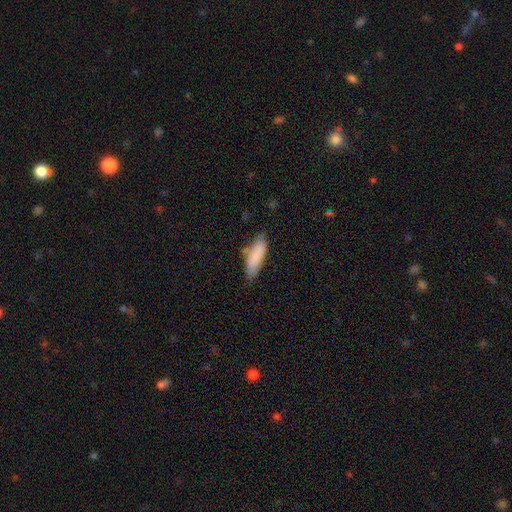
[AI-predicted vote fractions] Smooth or featured: smooth — 84% (featured or disk — 10%)
How rounded: in between — 57% (cigar-shaped — 41%)
Merging: none — 66% (minor disturbance — 24%)